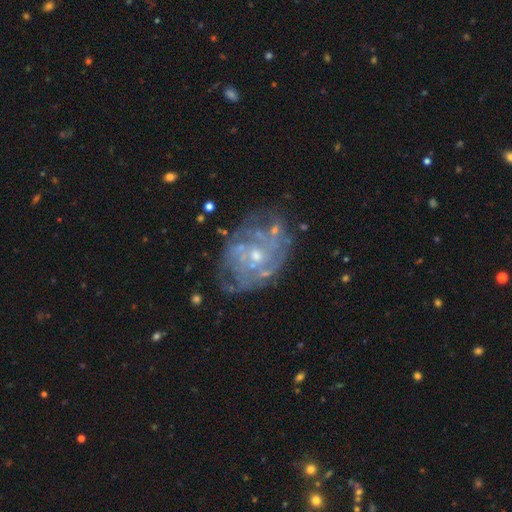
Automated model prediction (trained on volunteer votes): Overall: featured or disk (81%). Edge-on disk: no (97%). Bar: no (77%). Spiral arms: yes (72%). Spiral arm count: can't tell (54%). Spiral winding: tight (57%; medium 31%). Bulge size: small (57%; moderate 37%). Merging: none (61%; minor disturbance 22%).